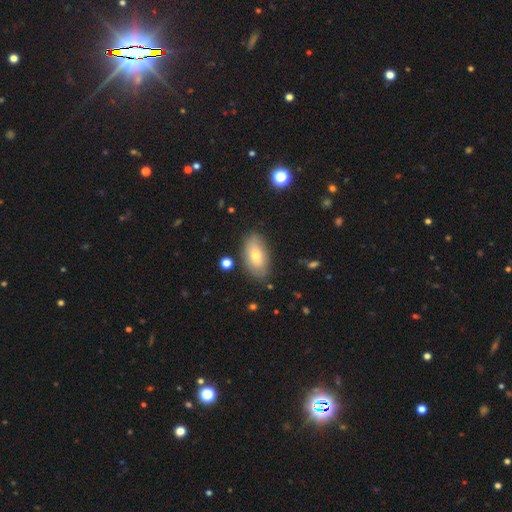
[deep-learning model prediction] The model was most divided on "smooth or featured": smooth: 67%, featured or disk: 26%, star or artifact: 8%. More confident: how rounded — in between (91%); merging — none (81%).